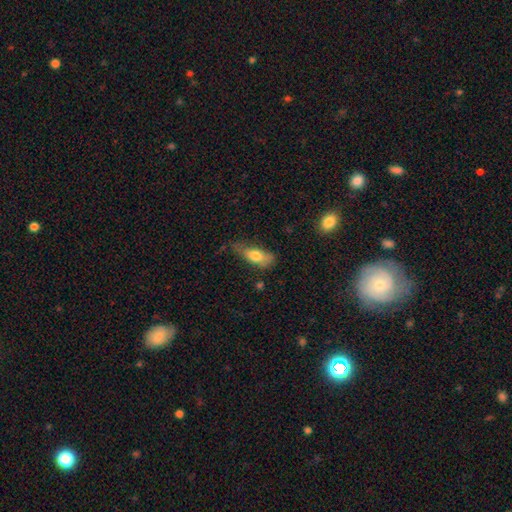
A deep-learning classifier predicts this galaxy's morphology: A smooth galaxy with no disk features (73%) that is in between round and cigar-shaped (74%). Merging: none (41%).